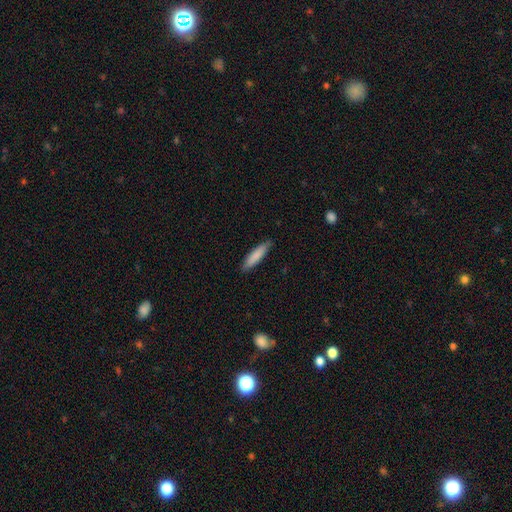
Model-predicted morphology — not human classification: The model was most divided on "how rounded": cigar-shaped: 78%, in between: 21%, round: 1%. More confident: merging — none (86%); smooth or featured — smooth (84%).